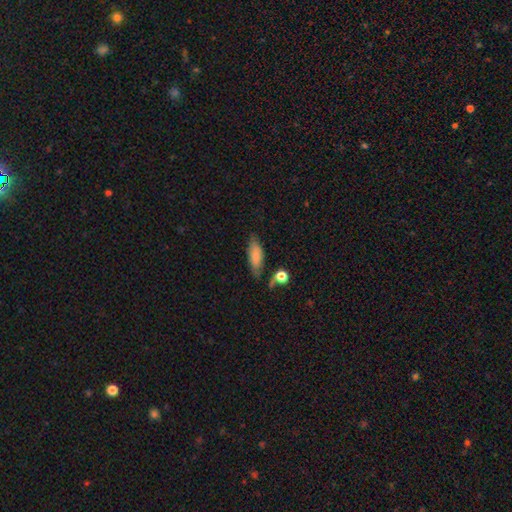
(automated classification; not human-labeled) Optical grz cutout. It shows a smooth galaxy with no disk features (70%) that is in between round and cigar-shaped (75%). Merging: none (60%).